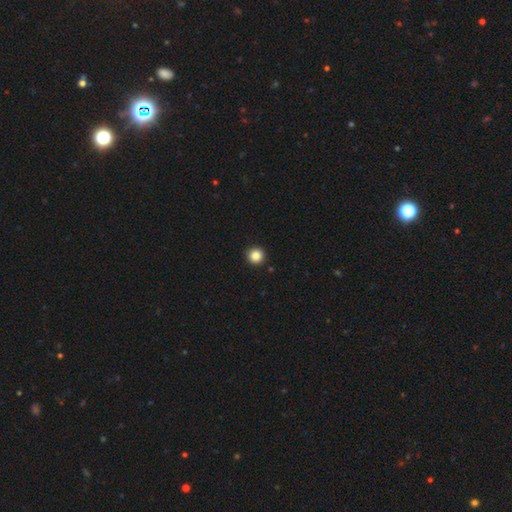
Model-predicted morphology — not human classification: A smooth galaxy with no disk features (85%) that is round (96%). Merging: none (94%).